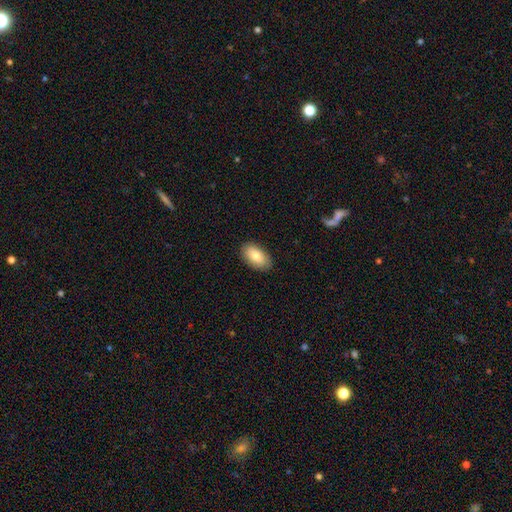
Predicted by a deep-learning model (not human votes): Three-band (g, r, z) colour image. It shows a smooth galaxy with no disk features (82%) that is in between round and cigar-shaped (94%). Merging: none (88%).